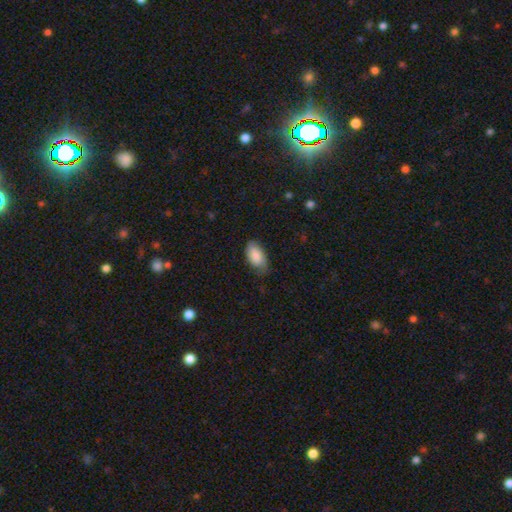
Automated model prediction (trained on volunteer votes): The model was most divided on "merging": none: 68%, minor disturbance: 26%, major disturbance: 5%, merger: 1%. More confident: how rounded — in between (94%); smooth or featured — smooth (85%).